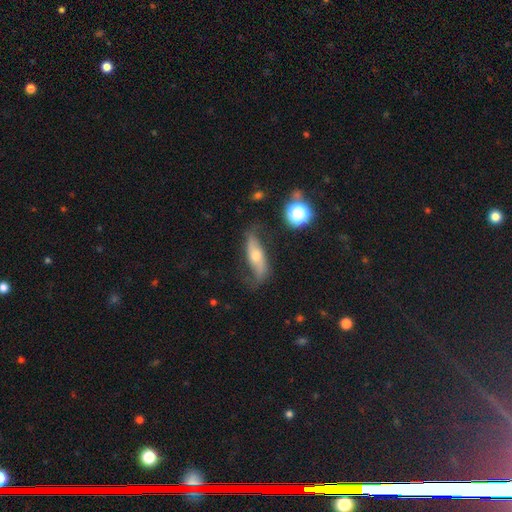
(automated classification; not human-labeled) smooth-or-featured: featured or disk: 67% | smooth: 25% | star or artifact: 8%
  disk-edge-on: no: 70% | yes: 30%
  merging: none: 64% | minor disturbance: 23% | major disturbance: 11% | merger: 3%